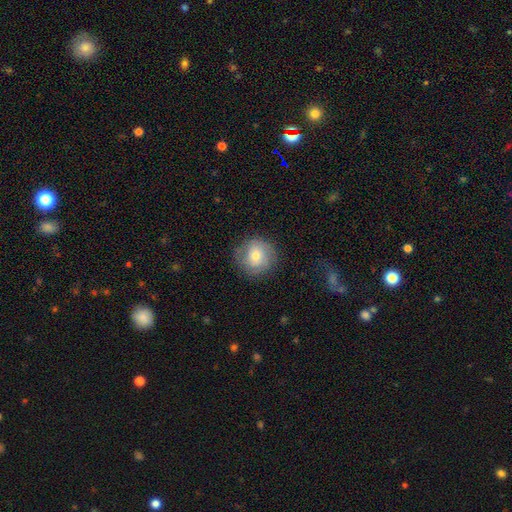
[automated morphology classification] Smooth or featured? smooth (60%)
How rounded? round (91%)
Merging? none (79%)